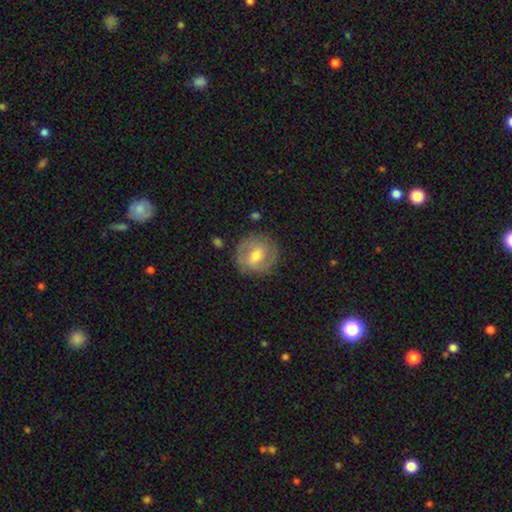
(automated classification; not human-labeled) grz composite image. It shows a smooth galaxy with no disk features (51%) that is round (86%). Merging: none (81%).